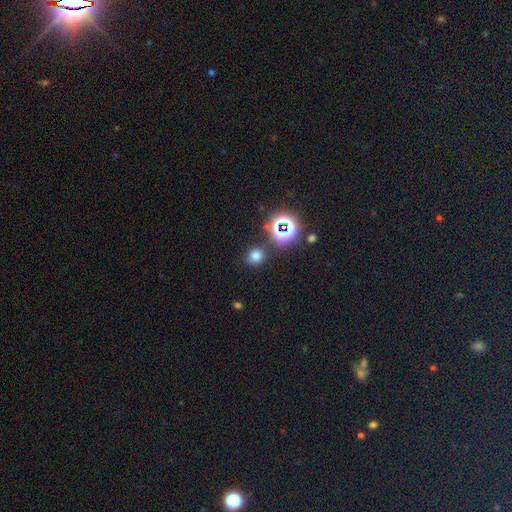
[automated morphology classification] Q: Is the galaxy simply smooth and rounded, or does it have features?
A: smooth — 69%.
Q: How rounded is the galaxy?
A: round — 82%.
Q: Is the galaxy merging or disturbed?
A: none — 82%.